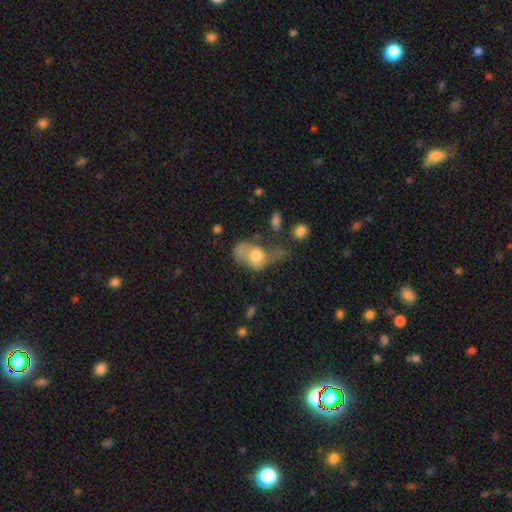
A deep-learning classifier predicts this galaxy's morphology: Overall: smooth (58%; featured or disk 33%). How rounded: in between (69%; round 29%). Merging: major disturbance (42%; merger 22%).